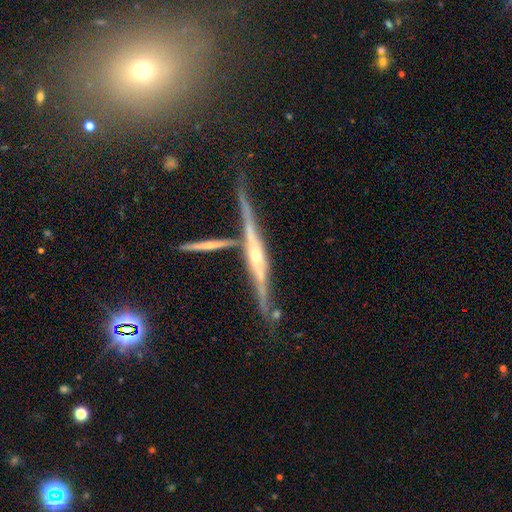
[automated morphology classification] featured or disk 84%, star or artifact 9%, smooth 7%. Down the decision tree: edge-on disk — yes (97%); edge-on bulge — rounded (79%); merging — none (73%).